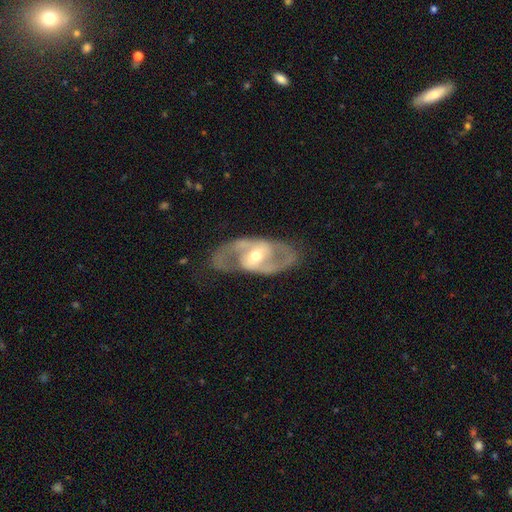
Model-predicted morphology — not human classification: Smooth or featured: featured or disk — 86% (smooth — 10%)
Edge-on disk: no — 94% (yes — 6%)
Bar: weak — 38% (strong — 35%)
Spiral arms: yes — 86% (no — 14%)
Spiral winding: medium — 55% (loose — 24%)
Spiral arm count: 2 — 89% (can't tell — 6%)
Bulge size: moderate — 56% (small — 38%)
Merging: none — 79% (minor disturbance — 12%)